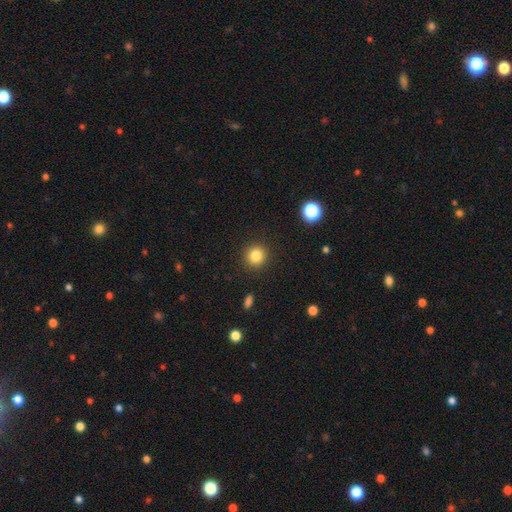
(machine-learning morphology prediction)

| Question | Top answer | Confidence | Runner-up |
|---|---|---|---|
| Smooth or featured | smooth | 83% | star or artifact (11%) |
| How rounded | round | 93% | in between (6%) |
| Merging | none | 92% | minor disturbance (5%) |